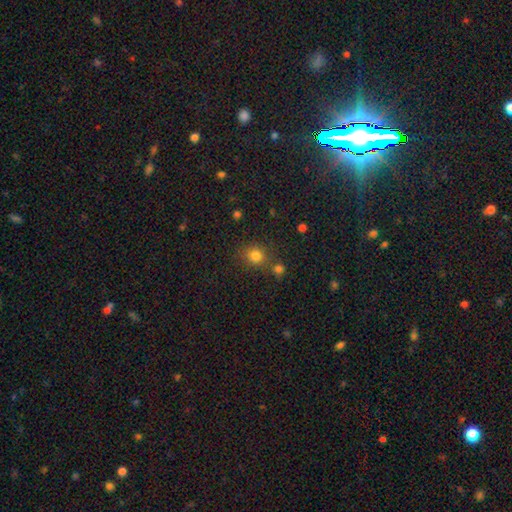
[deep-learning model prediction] Smooth or featured: smooth — 79% (star or artifact — 15%)
How rounded: round — 84% (in between — 15%)
Merging: none — 72% (merger — 14%)